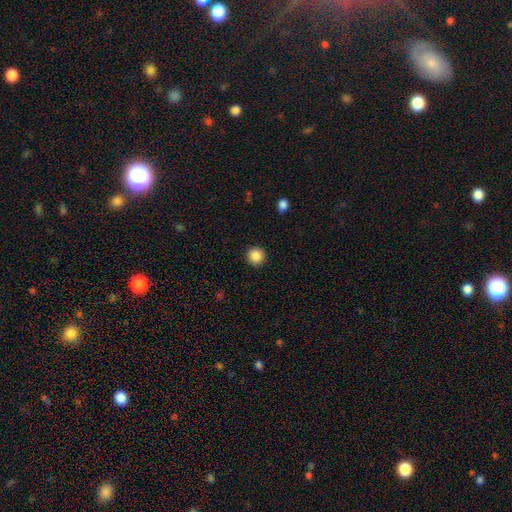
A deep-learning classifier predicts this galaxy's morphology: Overall: smooth (87%). How rounded: round (93%). Merging: none (92%).